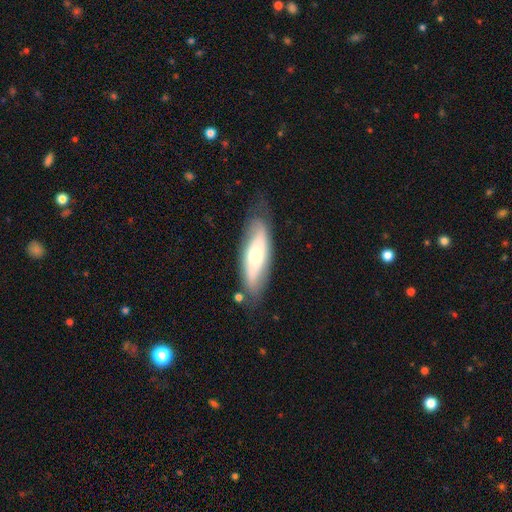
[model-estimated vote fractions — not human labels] A featured or disk galaxy (48%). Merging: none (66%).